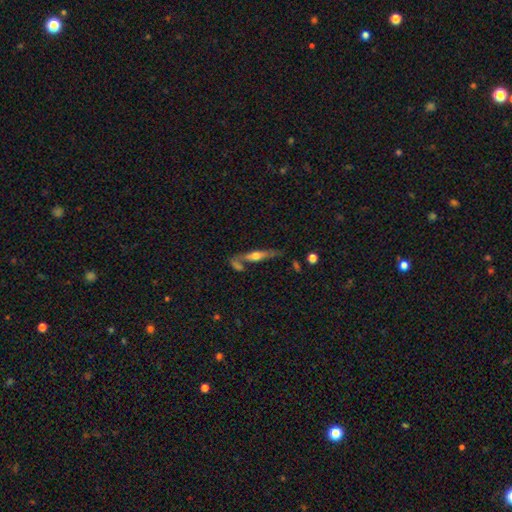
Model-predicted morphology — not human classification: smooth_or_featured: featured or disk (p=0.62) [alt: smooth p=0.32]
disk_edge_on: yes (p=0.91) [alt: no p=0.09]
edge_on_bulge: rounded (p=0.90) [alt: boxy p=0.05]
merging: none (p=0.59) [alt: merger p=0.19]